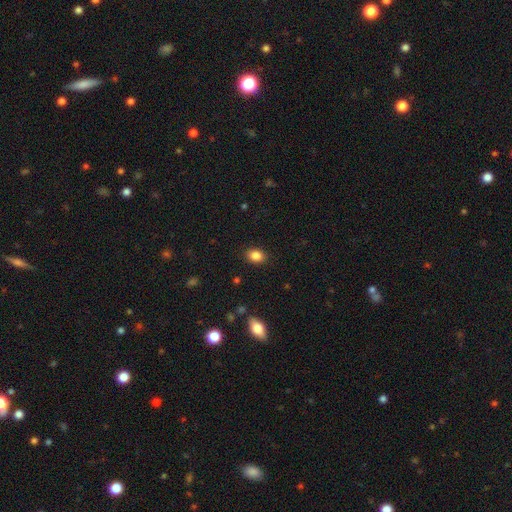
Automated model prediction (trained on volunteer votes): Q: Smooth or featured?
A: smooth (86%); runner-up: star or artifact (10%)
Q: How rounded?
A: in between (70%); runner-up: round (28%)
Q: Merging?
A: none (88%); runner-up: minor disturbance (8%)